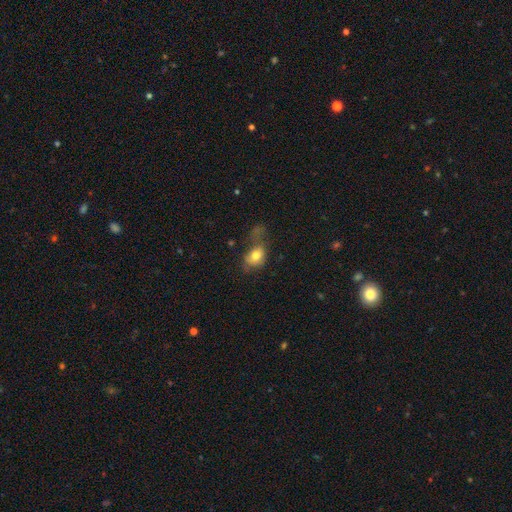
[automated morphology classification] Smooth or featured: smooth — 75% (featured or disk — 16%)
How rounded: in between — 69% (round — 29%)
Merging: major disturbance — 32% (none — 30%)